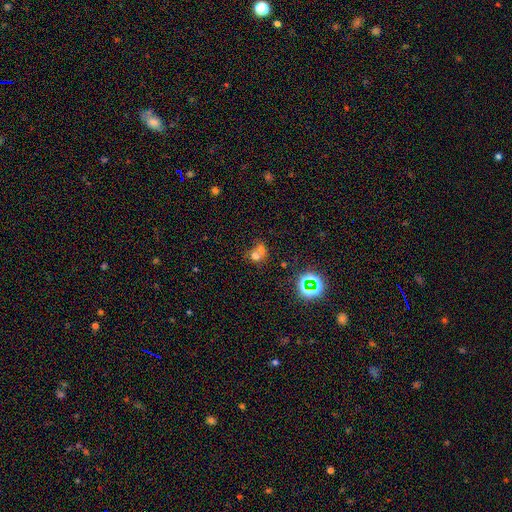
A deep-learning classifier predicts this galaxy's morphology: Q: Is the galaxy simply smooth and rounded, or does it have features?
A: smooth — 61%.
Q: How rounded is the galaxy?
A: round — 77%.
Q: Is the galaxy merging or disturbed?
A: merger — 58%.